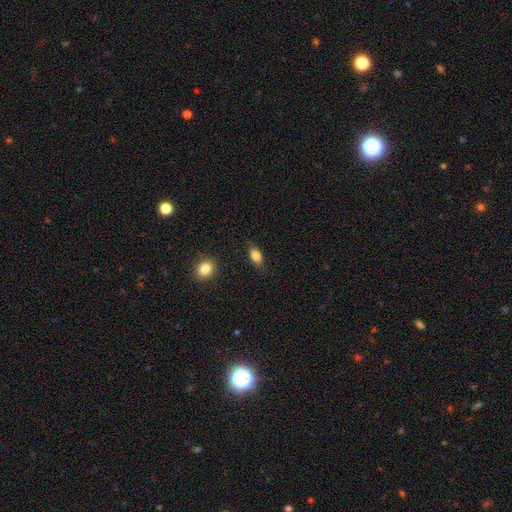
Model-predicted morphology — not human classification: A smooth galaxy with no disk features (82%) that is in between round and cigar-shaped (84%). Merging: none (81%).